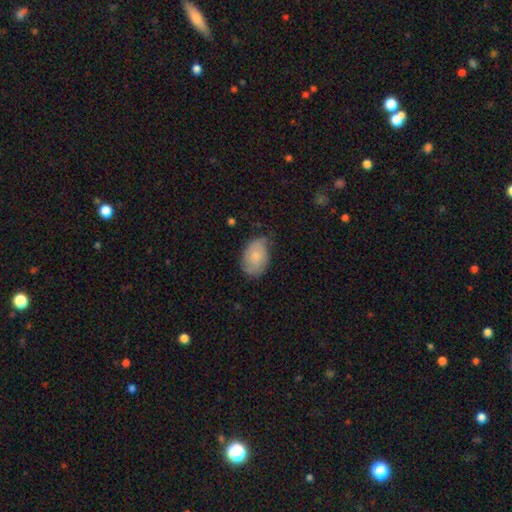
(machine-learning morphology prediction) This is likely a smooth galaxy (70%). How rounded: clearly in between (83%). Merging: possibly none (54%).